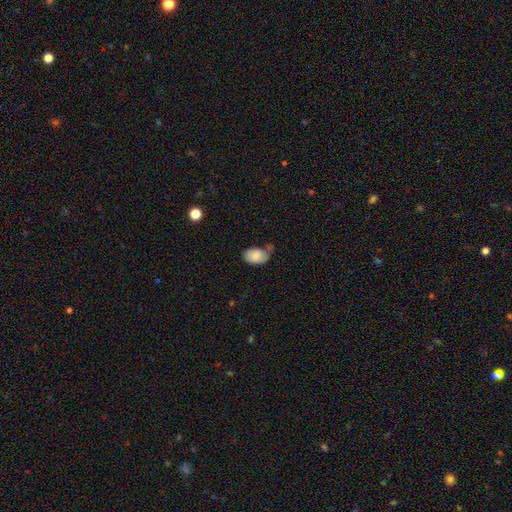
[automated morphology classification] Q: Smooth or featured?
A: smooth (73%); runner-up: featured or disk (19%)
Q: How rounded?
A: in between (89%); runner-up: round (10%)
Q: Merging?
A: none (49%); runner-up: minor disturbance (30%)